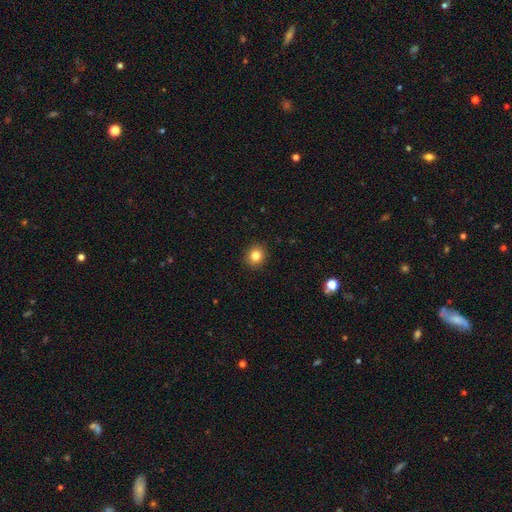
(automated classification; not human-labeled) Smooth or featured?
  - smooth: 83% *
  - star or artifact: 11%
  - featured or disk: 6%
How rounded?
  - round: 82% *
  - in between: 17%
  - cigar-shaped: 1%
Merging?
  - none: 91% *
  - minor disturbance: 6%
  - major disturbance: 2%
  - merger: 1%